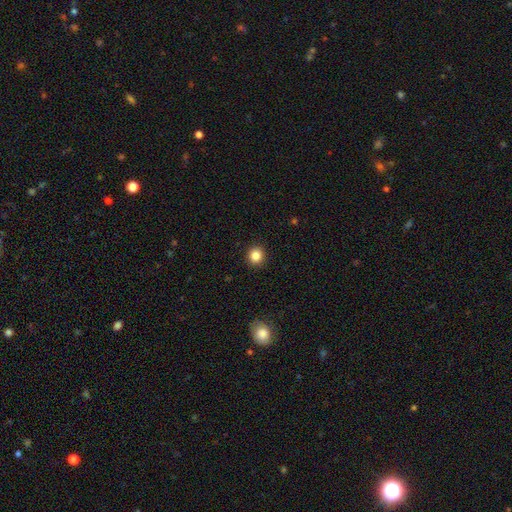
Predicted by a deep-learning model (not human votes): A smooth galaxy with no disk features (85%) that is round (90%). Merging: none (93%).